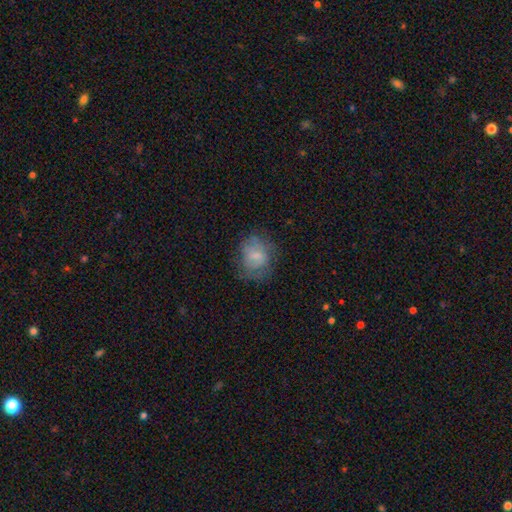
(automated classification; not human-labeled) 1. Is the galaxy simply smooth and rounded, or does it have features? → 64% smooth, 27% featured or disk, 9% star or artifact.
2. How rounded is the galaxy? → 60% round, 39% in between, 1% cigar-shaped.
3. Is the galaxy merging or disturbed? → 55% none, 26% minor disturbance, 18% major disturbance, 2% merger.